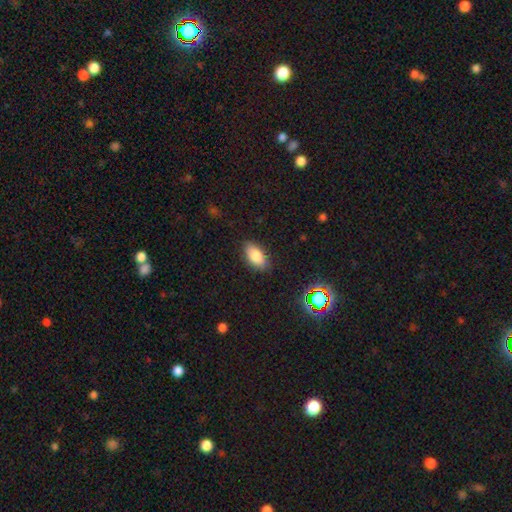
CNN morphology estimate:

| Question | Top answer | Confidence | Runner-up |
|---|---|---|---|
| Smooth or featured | smooth | 83% | star or artifact (9%) |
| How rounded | in between | 92% | round (5%) |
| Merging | none | 85% | minor disturbance (11%) |